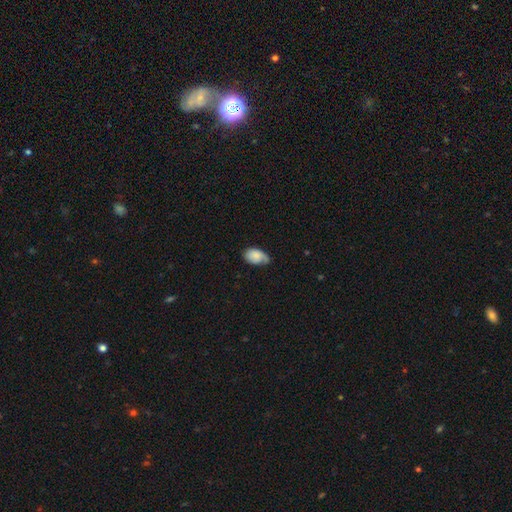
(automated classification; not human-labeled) Smooth or featured? smooth (76%)
How rounded? in between (91%)
Merging? none (48%)